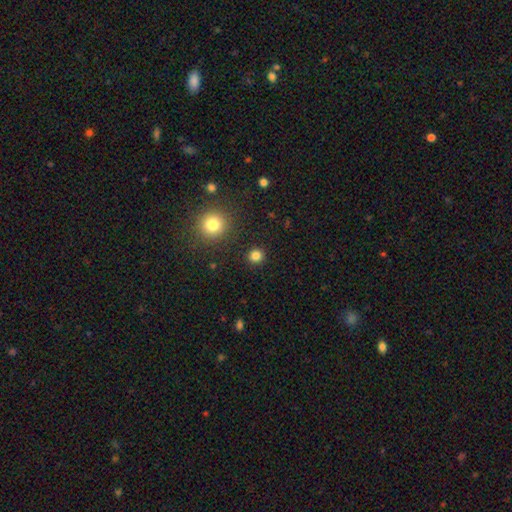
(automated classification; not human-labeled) Overall: smooth (81%). How rounded: round (91%). Merging: none (90%).